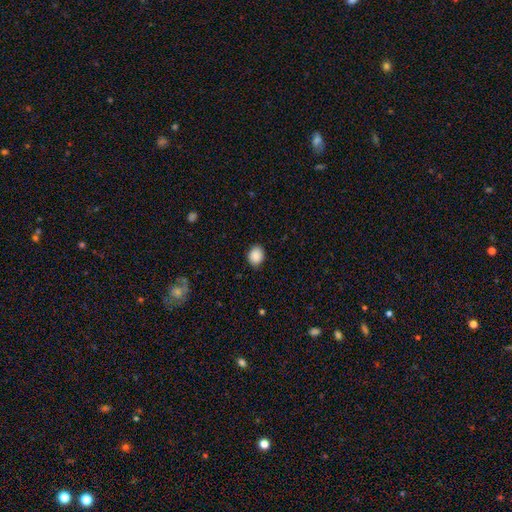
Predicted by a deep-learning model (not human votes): The model was most divided on "how rounded": round: 53%, in between: 46%, cigar-shaped: 1%. More confident: smooth or featured — smooth (89%); merging — none (87%).